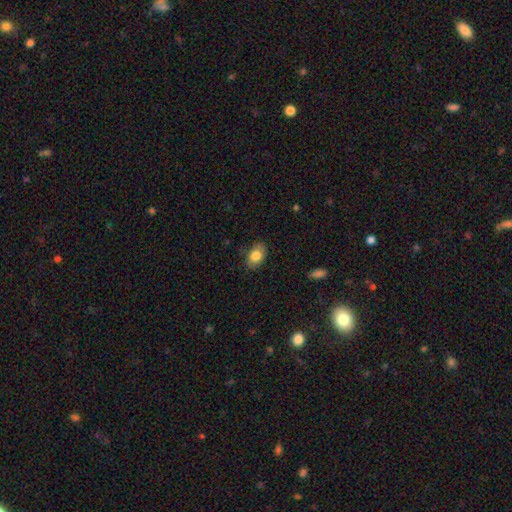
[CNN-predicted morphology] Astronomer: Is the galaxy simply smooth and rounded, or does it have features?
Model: smooth — 79%.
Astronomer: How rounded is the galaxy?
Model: in between — 85%.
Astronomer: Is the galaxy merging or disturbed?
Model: none — 80%.